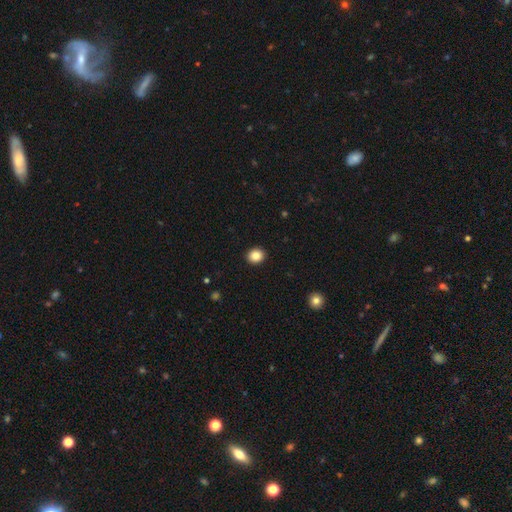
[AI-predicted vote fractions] A smooth galaxy with no disk features (85%) that is round (75%). Merging: none (93%).